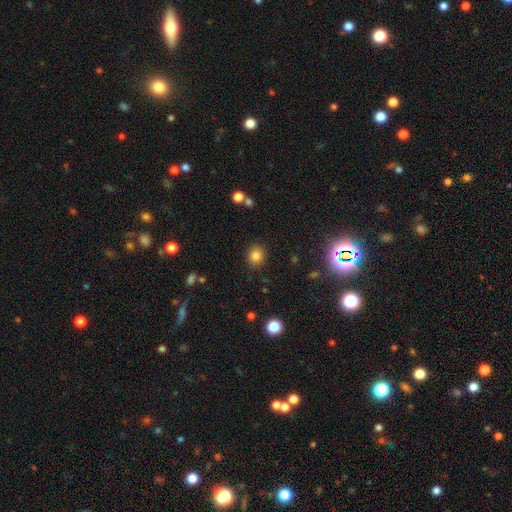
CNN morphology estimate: Smooth or featured: smooth — 82% (star or artifact — 12%)
How rounded: round — 78% (in between — 21%)
Merging: none — 88% (minor disturbance — 7%)